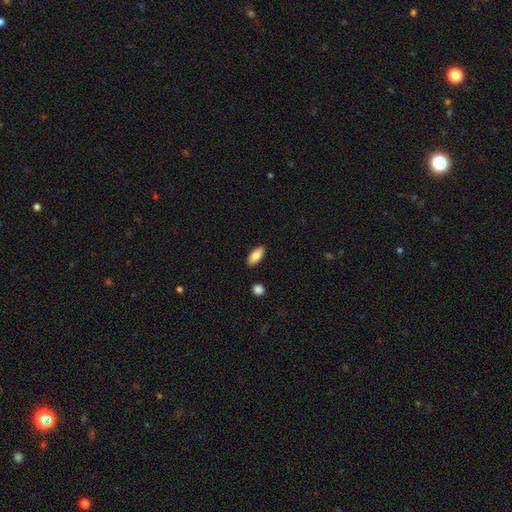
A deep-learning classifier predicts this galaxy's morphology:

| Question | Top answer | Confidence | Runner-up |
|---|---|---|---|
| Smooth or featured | smooth | 85% | featured or disk (8%) |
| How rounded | in between | 86% | cigar-shaped (12%) |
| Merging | none | 87% | minor disturbance (9%) |